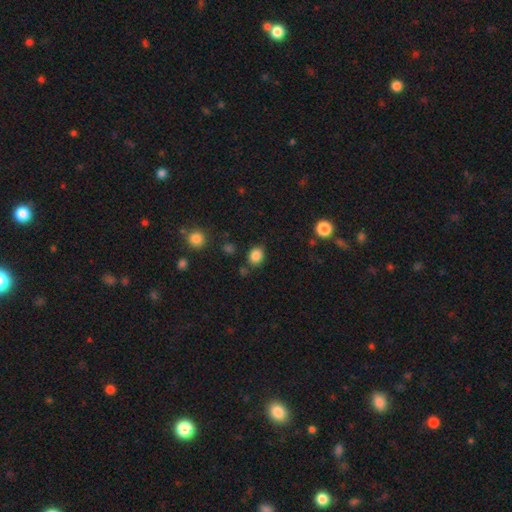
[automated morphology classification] Q: Smooth or featured?
A: smooth (85%); runner-up: star or artifact (11%)
Q: How rounded?
A: round (57%); runner-up: in between (42%)
Q: Merging?
A: none (80%); runner-up: minor disturbance (12%)